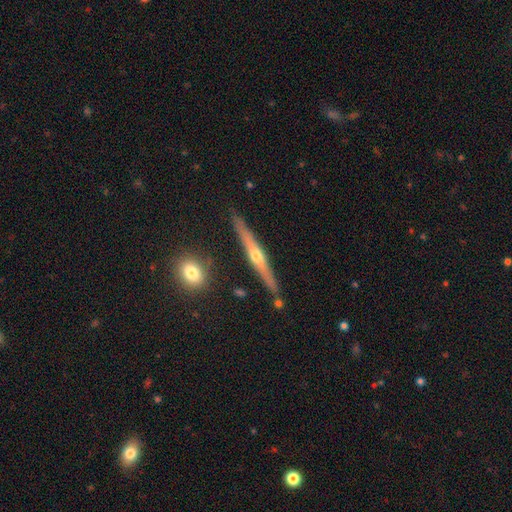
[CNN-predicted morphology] featured or disk 73%, smooth 21%, star or artifact 6%. Down the decision tree: edge-on disk — yes (97%); edge-on bulge — rounded (86%); merging — none (86%).